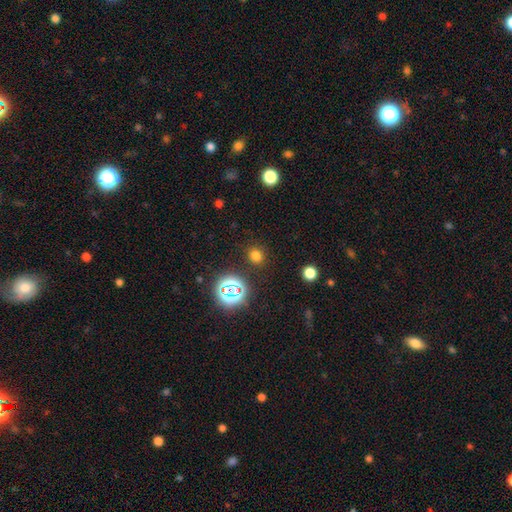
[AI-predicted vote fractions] This is likely a smooth galaxy (71%). How rounded: clearly round (81%). Merging: clearly none (89%).